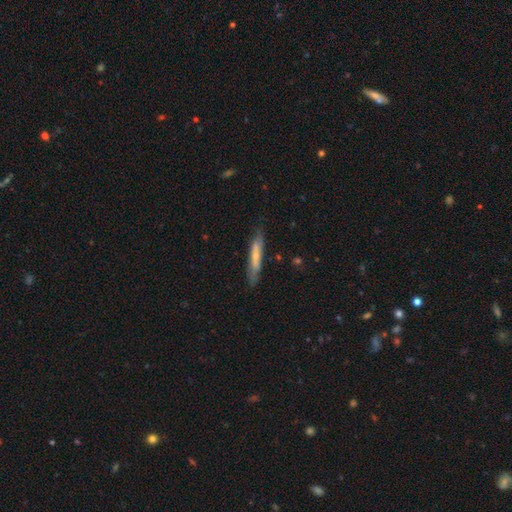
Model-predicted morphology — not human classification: Smooth or featured: smooth — 54% (featured or disk — 40%)
How rounded: cigar-shaped — 90% (in between — 9%)
Merging: none — 77% (minor disturbance — 17%)